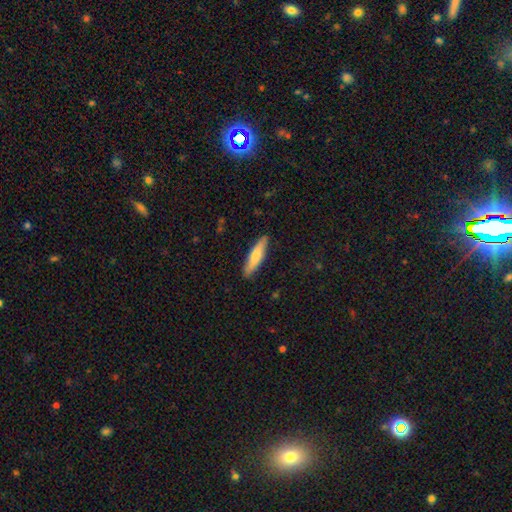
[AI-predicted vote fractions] Smooth or featured? smooth (72%)
How rounded? cigar-shaped (78%)
Merging? none (87%)